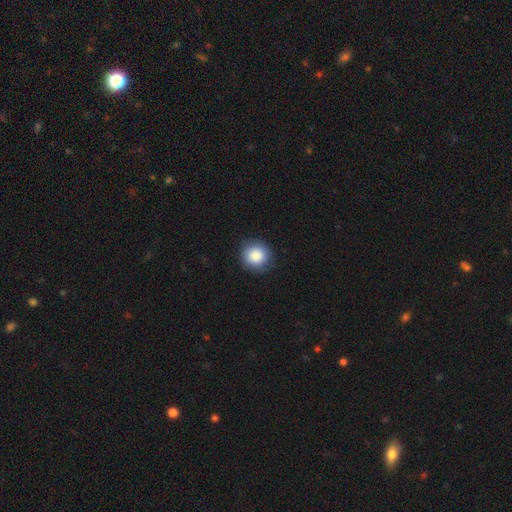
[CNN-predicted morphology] Overall: smooth (87%). How rounded: round (93%). Merging: none (89%).